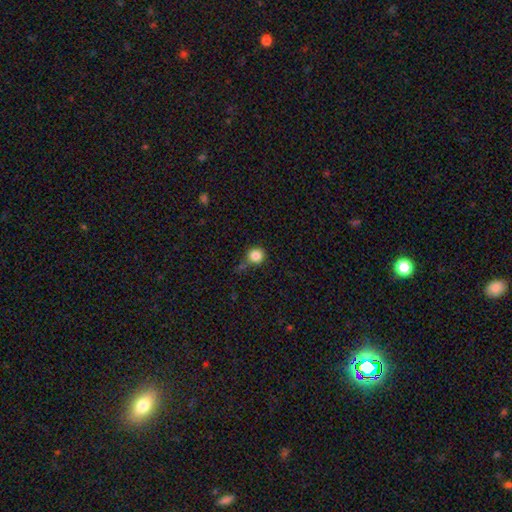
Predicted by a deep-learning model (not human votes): Smooth or featured?
  - smooth: 84% *
  - star or artifact: 10%
  - featured or disk: 5%
How rounded?
  - round: 93% *
  - in between: 6%
  - cigar-shaped: 1%
Merging?
  - none: 64% *
  - minor disturbance: 20%
  - merger: 9%
  - major disturbance: 7%